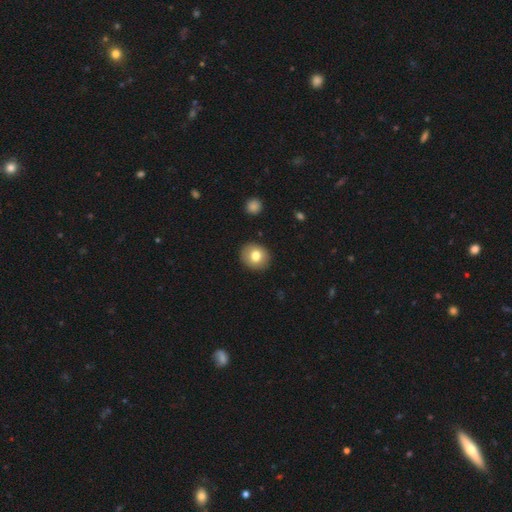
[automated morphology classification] smooth 78%, featured or disk 13%, star or artifact 9%. Down the decision tree: how rounded — round (77%); merging — none (89%).